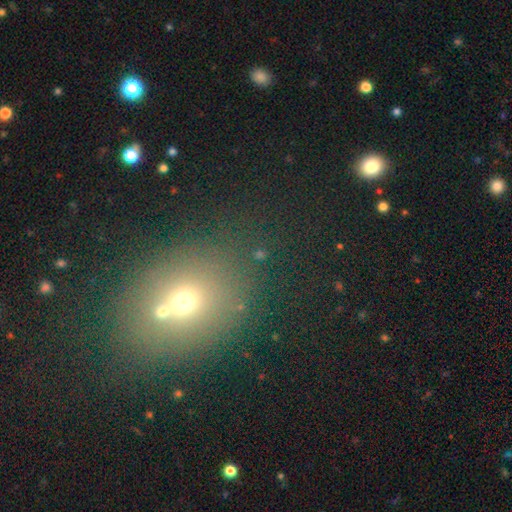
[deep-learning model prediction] smooth_or_featured: smooth (p=0.54) [alt: star or artifact p=0.29]
how_rounded: round (p=0.53) [alt: in between p=0.45]
merging: none (p=0.54) [alt: merger p=0.31]